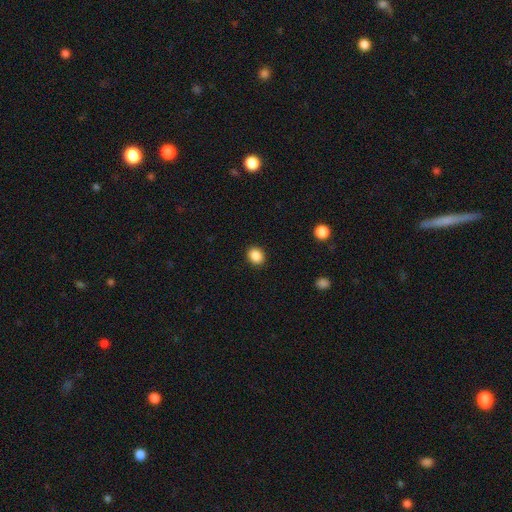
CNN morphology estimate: smooth 88%, star or artifact 9%, featured or disk 3%. Down the decision tree: how rounded — round (60%); merging — none (91%).